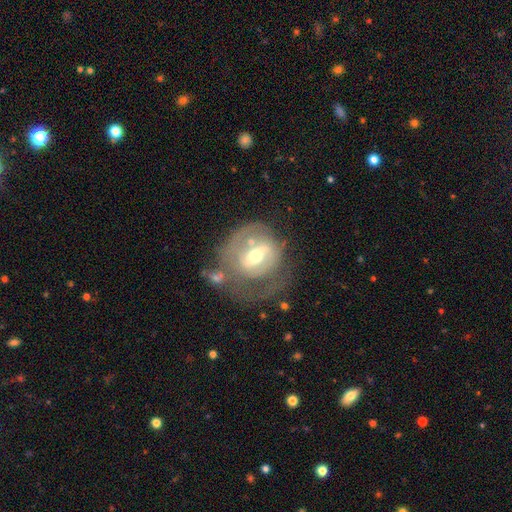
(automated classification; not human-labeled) smooth-or-featured: featured or disk: 72% | smooth: 22% | star or artifact: 6%
  disk-edge-on: no: 96% | yes: 4%
    bar: weak: 45% | strong: 33% | no: 21%
    has-spiral-arms: yes: 65% | no: 35%
    bulge-size: moderate: 61% | small: 31% | large: 6% | none: 1% | dominant: 1%
  merging: none: 40% | major disturbance: 29% | minor disturbance: 21% | merger: 10%